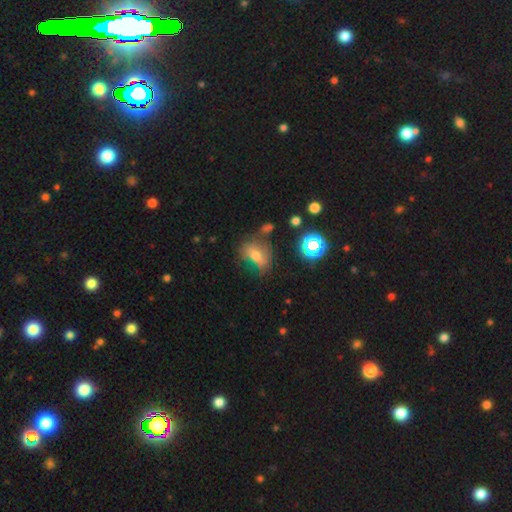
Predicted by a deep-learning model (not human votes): Overall: smooth (58%; featured or disk 26%). How rounded: in between (69%). Merging: none (42%; minor disturbance 29%).